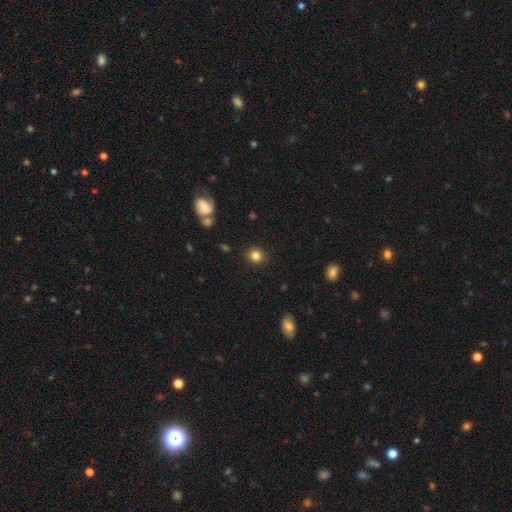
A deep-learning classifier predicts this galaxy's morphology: This appears to be a smooth galaxy with no disk features (83%) that is round (88%). Merging: none (89%).